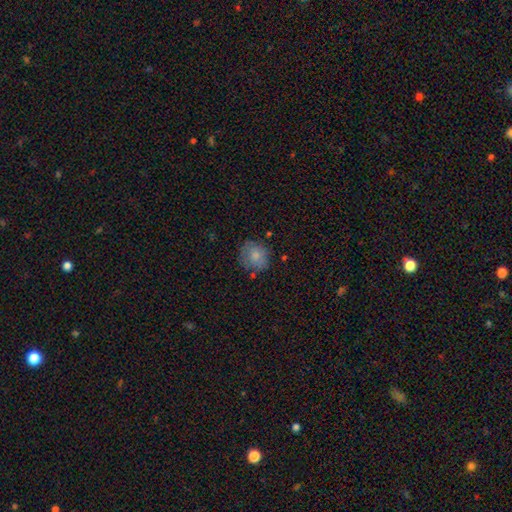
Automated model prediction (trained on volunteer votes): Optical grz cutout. It shows a smooth galaxy with no disk features (78%) that is round (80%). Merging: none (70%).